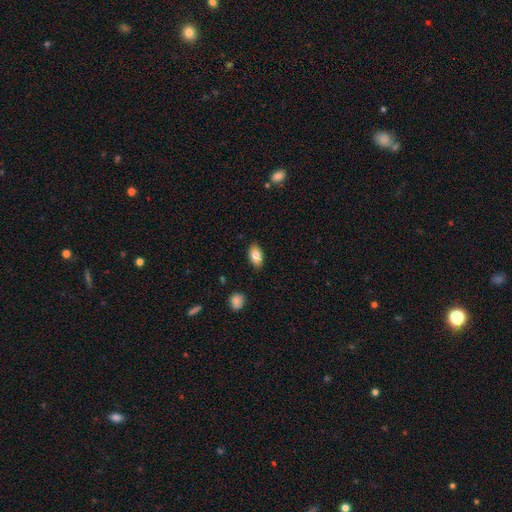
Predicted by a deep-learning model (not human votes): smooth-or-featured: smooth: 82% | featured or disk: 10% | star or artifact: 7%
  how-rounded: in between: 92% | round: 5% | cigar-shaped: 3%
  merging: none: 87% | minor disturbance: 9% | major disturbance: 2% | merger: 1%